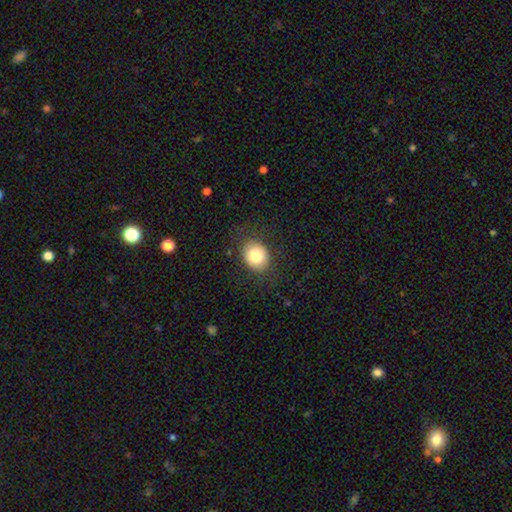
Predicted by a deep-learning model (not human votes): Overall: smooth (81%). How rounded: round (63%; in between 36%). Merging: none (84%).